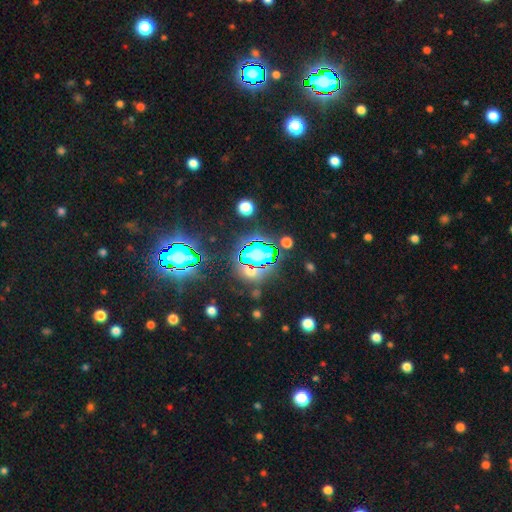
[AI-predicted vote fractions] star or artifact 66%, smooth 23%, featured or disk 11%.